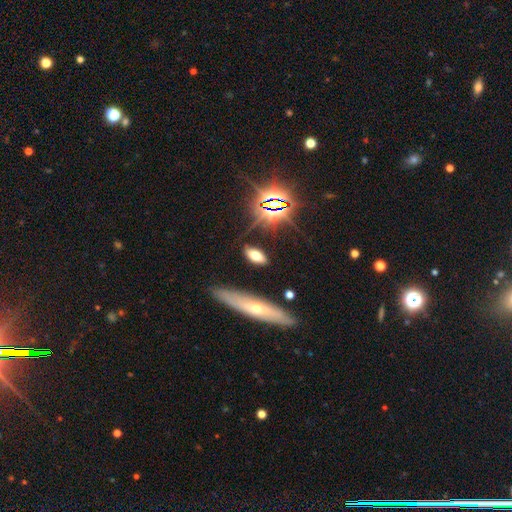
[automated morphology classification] smooth 62%, featured or disk 20%, star or artifact 18%. Down the decision tree: how rounded — in between (82%); merging — none (80%).